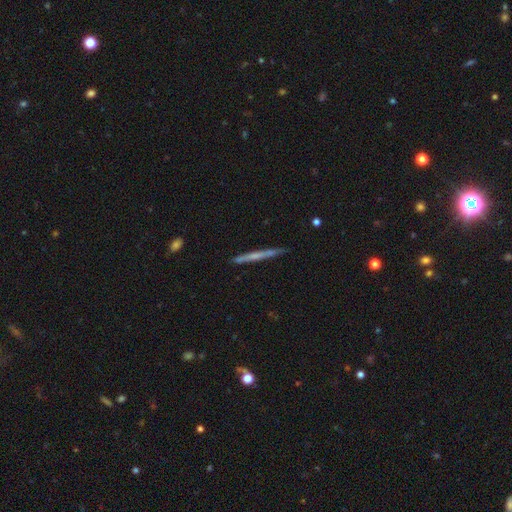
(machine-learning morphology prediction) Q: Smooth or featured?
A: featured or disk (51%); runner-up: smooth (43%)
Q: Edge-on disk?
A: yes (97%); runner-up: no (3%)
Q: Merging?
A: none (88%); runner-up: minor disturbance (9%)